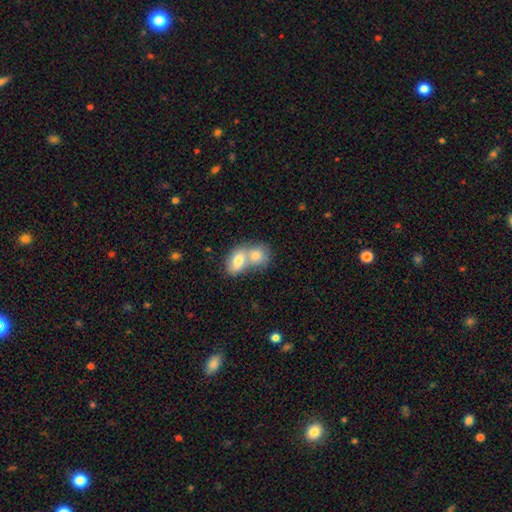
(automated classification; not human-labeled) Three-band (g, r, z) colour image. It shows a smooth galaxy with no disk features (78%) that is in between round and cigar-shaped (66%). Merging: merger (74%).